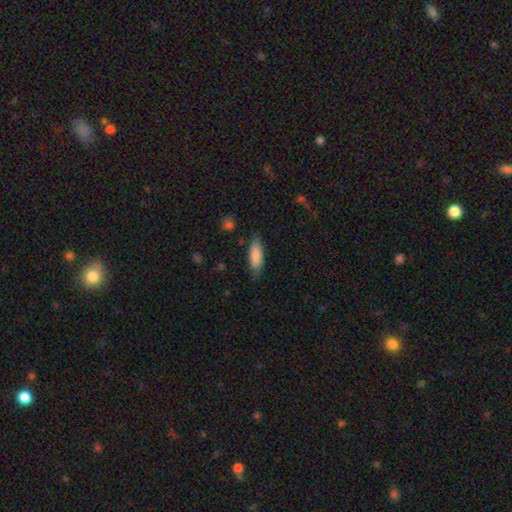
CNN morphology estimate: smooth 86%, featured or disk 8%, star or artifact 6%. Down the decision tree: how rounded — in between (65%); merging — none (76%).